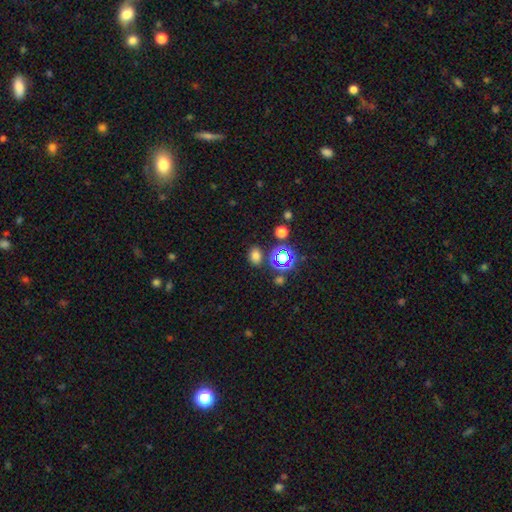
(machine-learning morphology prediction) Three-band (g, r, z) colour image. It shows a smooth galaxy with no disk features (69%) that is in between round and cigar-shaped (66%). Merging: none (80%).